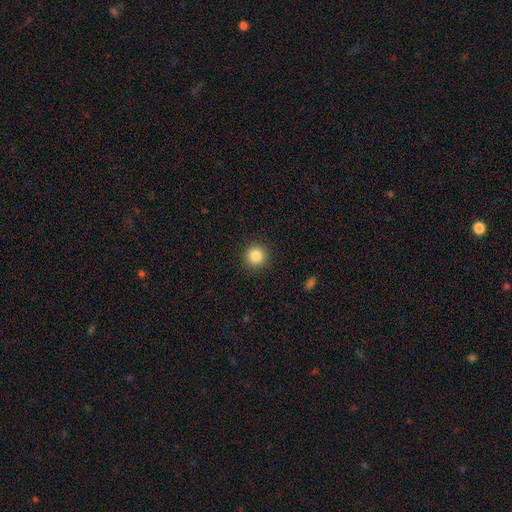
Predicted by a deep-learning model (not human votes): A smooth galaxy with no disk features (85%) that is round (94%).

Vote fractions:
- Smooth or featured? smooth: 85% / star or artifact: 10% / featured or disk: 4%
- How rounded? round: 94% / in between: 5% / cigar-shaped: 1%
- Merging? none: 92% / minor disturbance: 5% / major disturbance: 2% / merger: 1%